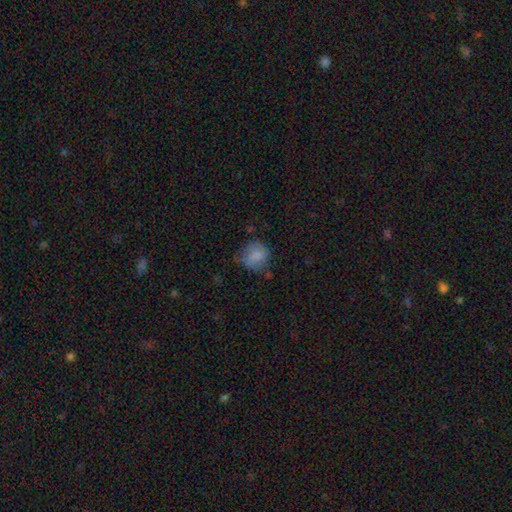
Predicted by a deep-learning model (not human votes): Smooth or featured? Predicted: smooth (p=0.79). How rounded? Predicted: round (p=0.75). Merging? Predicted: none (p=0.56).